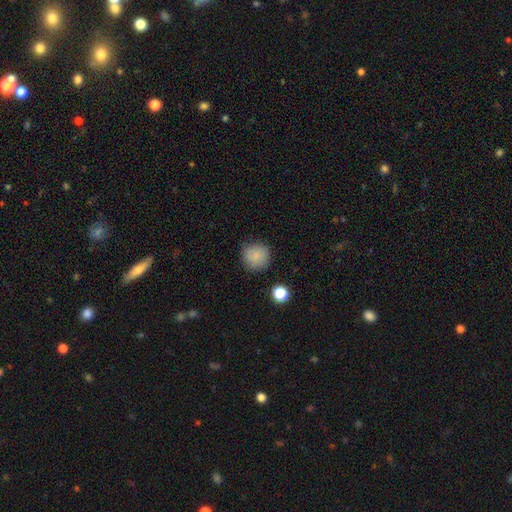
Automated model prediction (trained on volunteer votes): Smooth or featured? Predicted: smooth (p=0.84). How rounded? Predicted: round (p=0.92). Merging? Predicted: none (p=0.82).